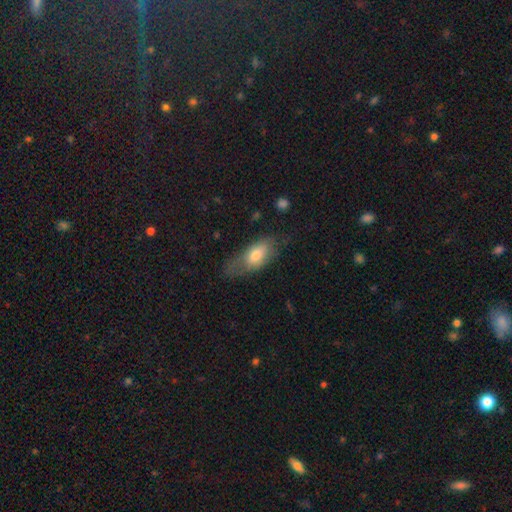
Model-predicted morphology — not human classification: smooth 68%, featured or disk 25%, star or artifact 7%. Down the decision tree: how rounded — in between (82%); merging — none (52%).